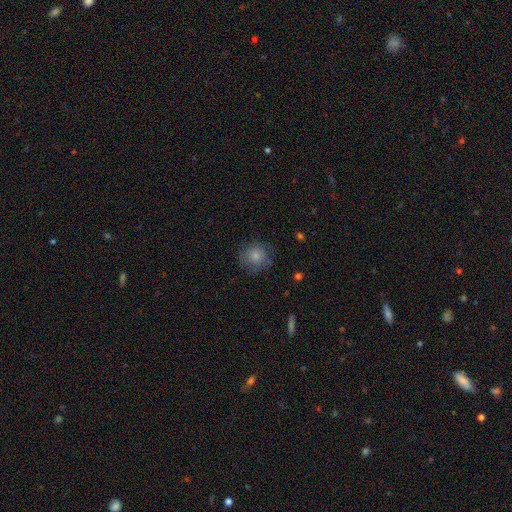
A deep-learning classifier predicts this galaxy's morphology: Overall: smooth (79%). How rounded: round (90%). Merging: none (74%).